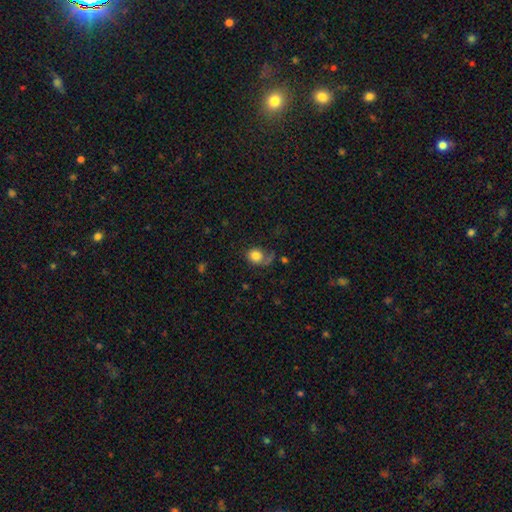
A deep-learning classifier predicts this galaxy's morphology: Smooth or featured? Predicted: smooth (p=0.76). How rounded? Predicted: round (p=0.68). Merging? Predicted: none (p=0.45).